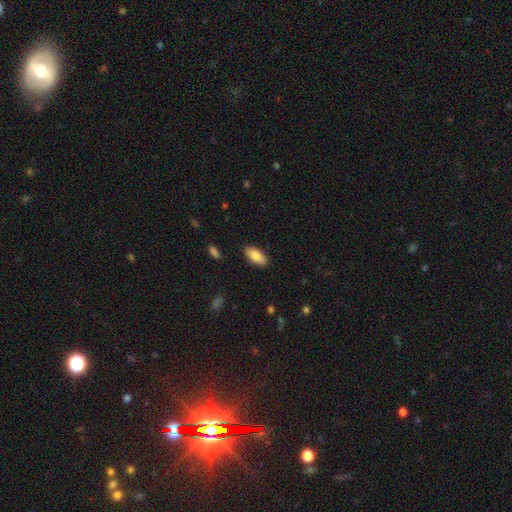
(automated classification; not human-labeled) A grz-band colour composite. It shows a smooth galaxy with no disk features (84%) that is in between round and cigar-shaped (87%). Merging: none (87%).